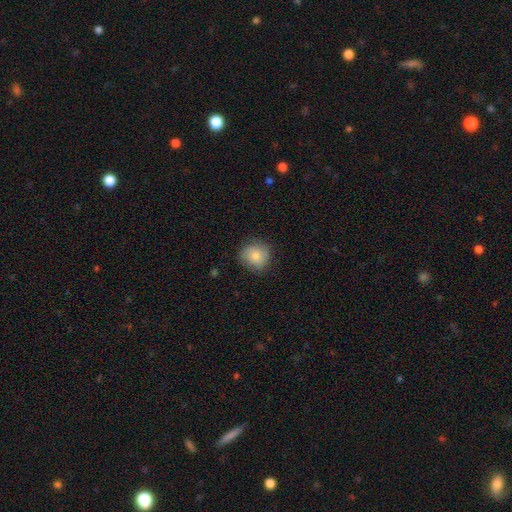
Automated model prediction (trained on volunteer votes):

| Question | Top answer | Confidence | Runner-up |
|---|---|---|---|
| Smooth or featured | smooth | 77% | featured or disk (15%) |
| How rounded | round | 88% | in between (11%) |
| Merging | none | 79% | minor disturbance (16%) |